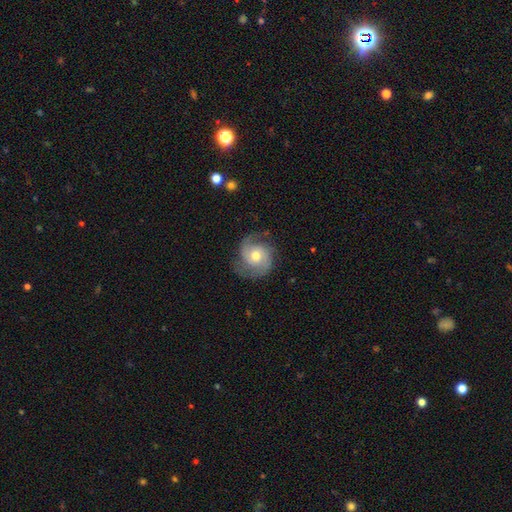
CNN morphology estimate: This appears to be a featured or disk galaxy (73%) with no bar (72%), 2 (65%) medium (46%) spiral arms (93%) and a moderate central bulge (69%). Merging: none (69%).